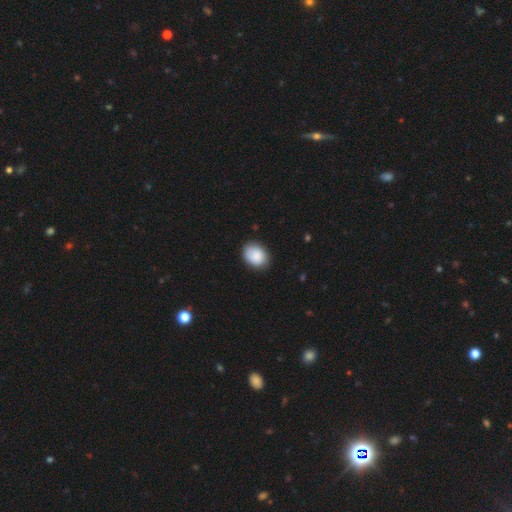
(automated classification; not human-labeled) Smooth or featured? smooth (87%)
How rounded? in between (63%)
Merging? none (81%)